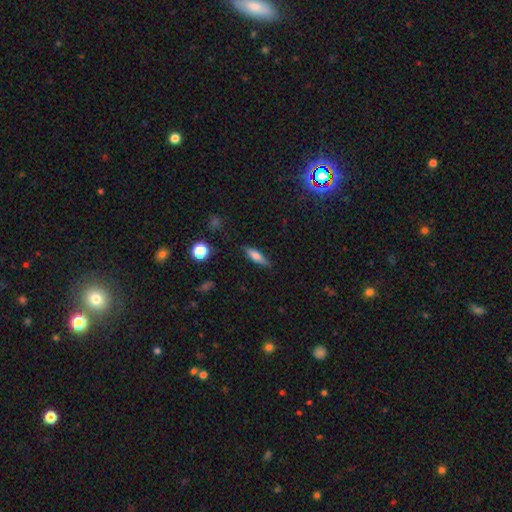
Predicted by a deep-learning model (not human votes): Smooth or featured: smooth — 60% (featured or disk — 32%)
How rounded: cigar-shaped — 65% (in between — 31%)
Merging: none — 83% (minor disturbance — 12%)